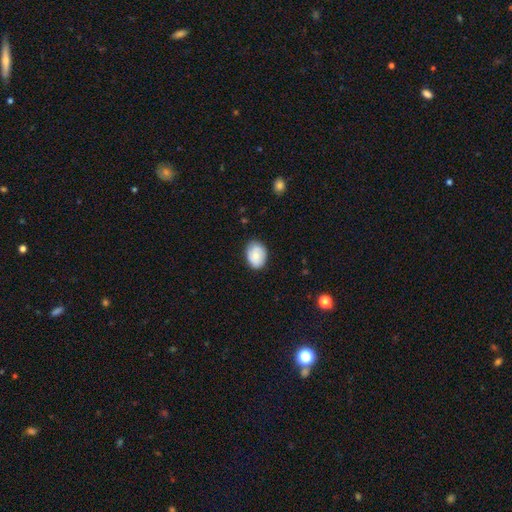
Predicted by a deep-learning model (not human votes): Smooth or featured? smooth (73%)
How rounded? in between (69%)
Merging? none (79%)